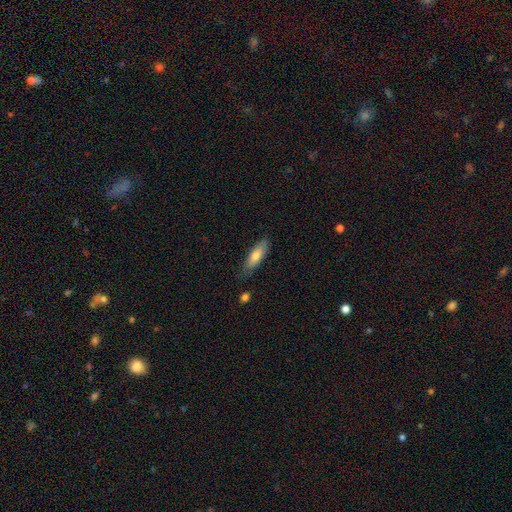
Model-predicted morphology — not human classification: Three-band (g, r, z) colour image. It shows a smooth galaxy with no disk features (72%) that is cigar-shaped (50%). Merging: none (79%).